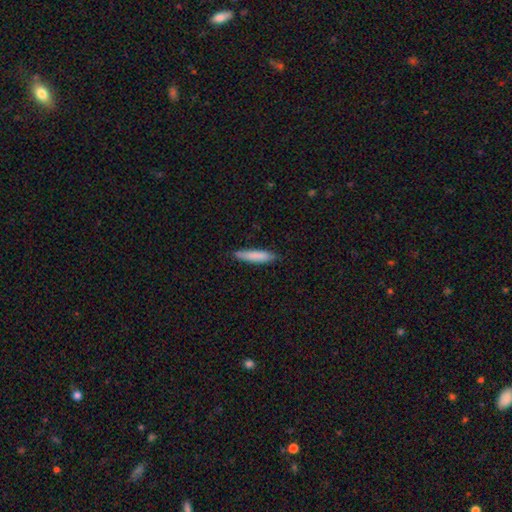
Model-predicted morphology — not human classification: Smooth or featured: smooth — 83% (featured or disk — 11%)
How rounded: cigar-shaped — 82% (in between — 17%)
Merging: none — 81% (minor disturbance — 15%)